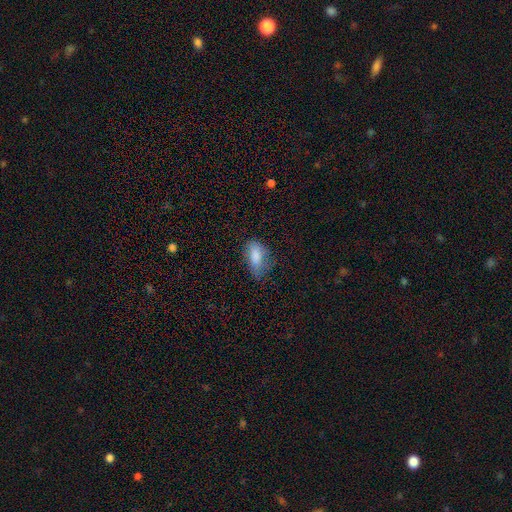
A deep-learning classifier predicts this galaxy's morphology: The model was most divided on "merging": none: 52%, minor disturbance: 32%, major disturbance: 14%, merger: 2%. More confident: how rounded — in between (87%); smooth or featured — smooth (79%).